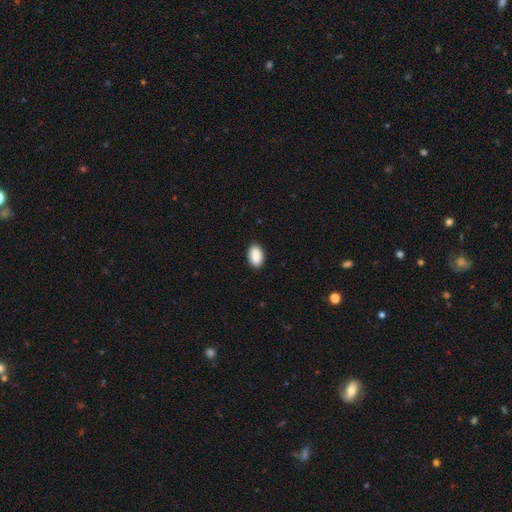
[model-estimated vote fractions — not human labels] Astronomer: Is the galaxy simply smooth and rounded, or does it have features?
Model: smooth — 90%.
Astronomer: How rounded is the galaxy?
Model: in between — 92%.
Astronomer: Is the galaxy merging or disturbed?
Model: none — 89%.